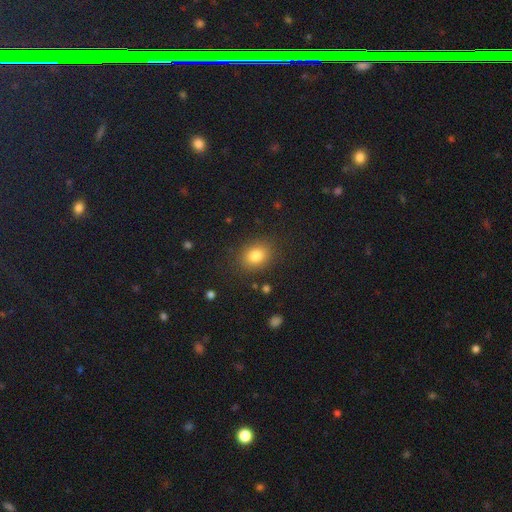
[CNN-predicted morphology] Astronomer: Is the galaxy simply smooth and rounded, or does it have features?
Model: smooth — 81%.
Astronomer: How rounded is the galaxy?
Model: in between — 51% (runner-up: round, 48%).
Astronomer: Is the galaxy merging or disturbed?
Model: none — 85%.